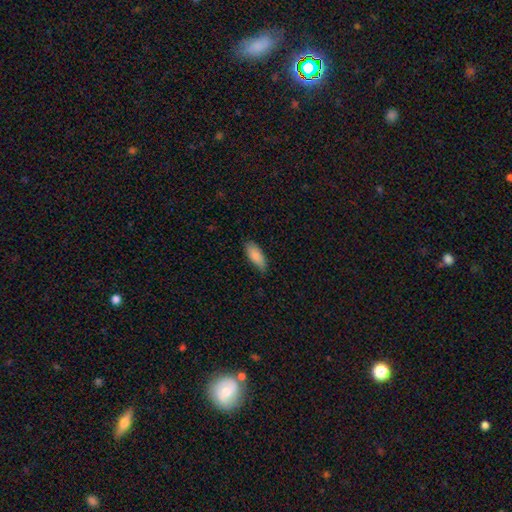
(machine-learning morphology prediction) Smooth or featured? Predicted: smooth (p=0.87). How rounded? Predicted: in between (p=0.80). Merging? Predicted: none (p=0.75).